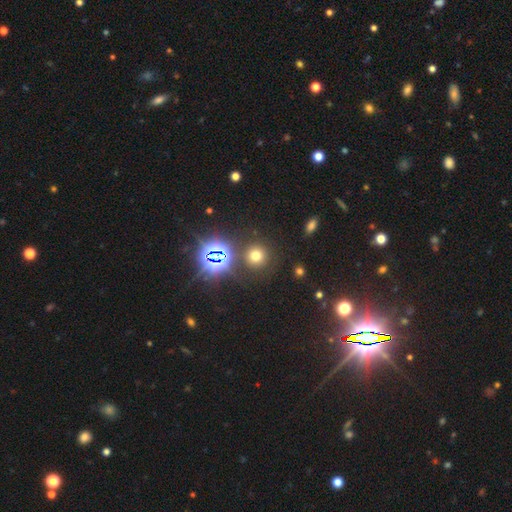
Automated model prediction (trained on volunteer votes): Smooth or featured? Predicted: smooth (p=0.62). How rounded? Predicted: round (p=0.92). Merging? Predicted: none (p=0.84).